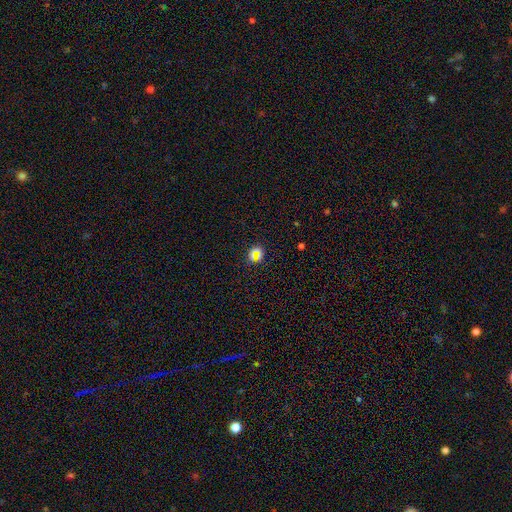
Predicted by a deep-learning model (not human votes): This is possibly a star or artifact rather than a galaxy (51%).